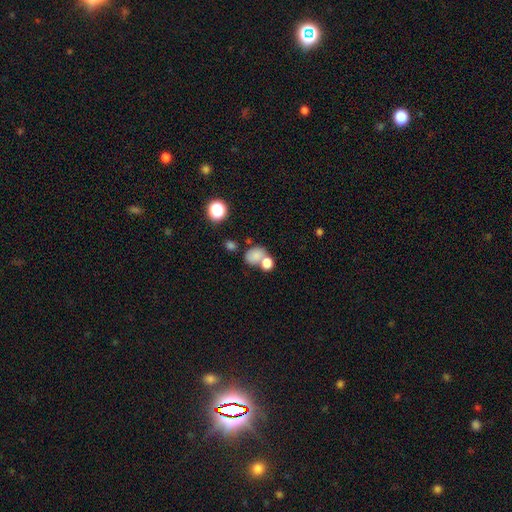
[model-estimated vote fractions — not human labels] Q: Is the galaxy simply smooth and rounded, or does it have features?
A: smooth — 80%.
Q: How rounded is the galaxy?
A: in between — 61%.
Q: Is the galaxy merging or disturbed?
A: merger — 46%.